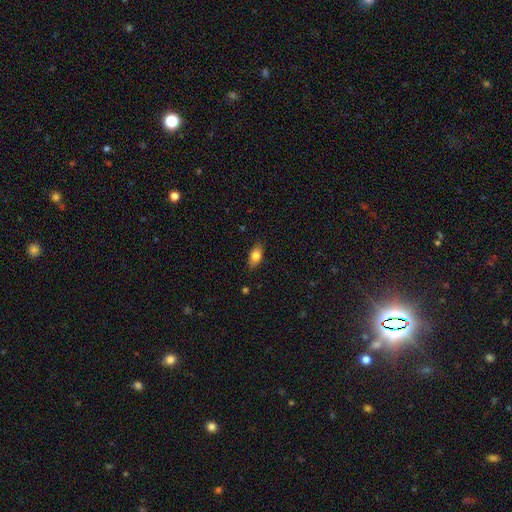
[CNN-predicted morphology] Smooth or featured? smooth (77%)
How rounded? in between (86%)
Merging? none (84%)